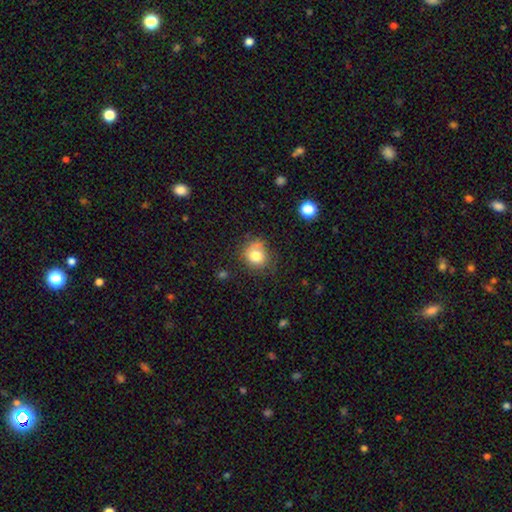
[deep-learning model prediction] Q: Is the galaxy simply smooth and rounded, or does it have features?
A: smooth — 77%.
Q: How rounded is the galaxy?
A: round — 76%.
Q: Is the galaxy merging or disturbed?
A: none — 62%.